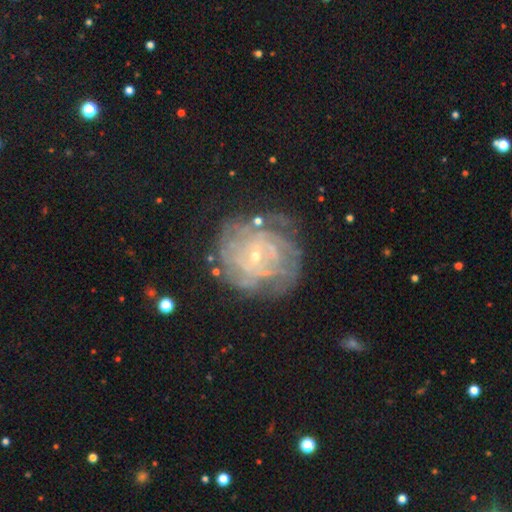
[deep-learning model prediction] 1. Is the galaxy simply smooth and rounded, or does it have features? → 81% featured or disk, 11% smooth, 8% star or artifact.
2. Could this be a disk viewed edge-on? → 97% no, 3% yes.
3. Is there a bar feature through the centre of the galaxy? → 71% no, 23% weak, 6% strong.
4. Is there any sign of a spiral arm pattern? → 88% yes, 12% no.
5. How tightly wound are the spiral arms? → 75% tight, 19% medium, 6% loose.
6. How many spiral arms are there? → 48% can't tell, 13% 4, 11% more than 4, 11% 3, 11% 2, 6% 1.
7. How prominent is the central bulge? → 81% small, 15% moderate, 2% none, 1% large, 1% dominant.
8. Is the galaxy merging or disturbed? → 68% none, 18% minor disturbance, 11% major disturbance, 3% merger.